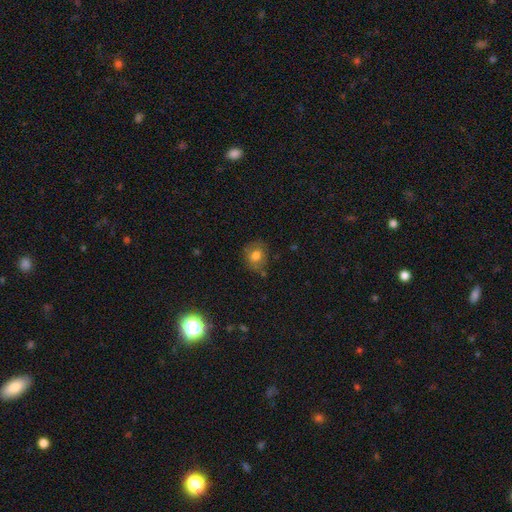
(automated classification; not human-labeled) Morphology: type=smooth (74%); roundness=round (65%); merging=none (72%).